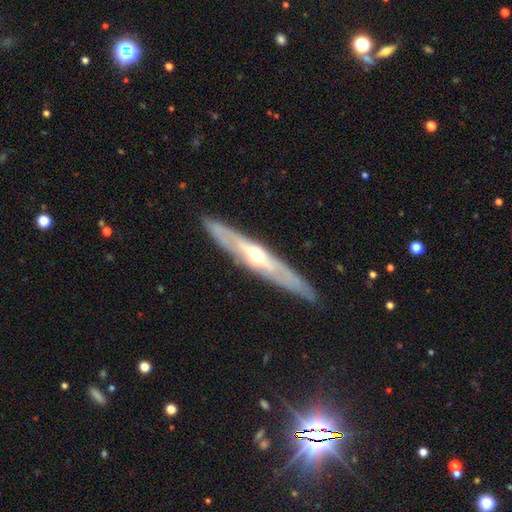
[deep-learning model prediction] Smooth or featured?
  - featured or disk: 74% *
  - smooth: 21%
  - star or artifact: 5%
Edge-on disk?
  - yes: 73% *
  - no: 27%
Edge-on bulge?
  - rounded: 84% *
  - none: 13%
  - boxy: 3%
Merging?
  - none: 87% *
  - minor disturbance: 9%
  - major disturbance: 2%
  - merger: 1%